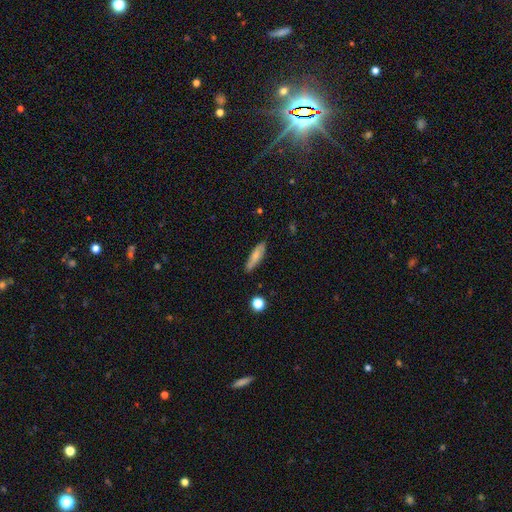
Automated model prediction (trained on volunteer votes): smooth-or-featured: smooth: 69% | featured or disk: 25% | star or artifact: 7%
  how-rounded: cigar-shaped: 66% | in between: 31% | round: 2%
  merging: none: 81% | minor disturbance: 15% | major disturbance: 3% | merger: 2%